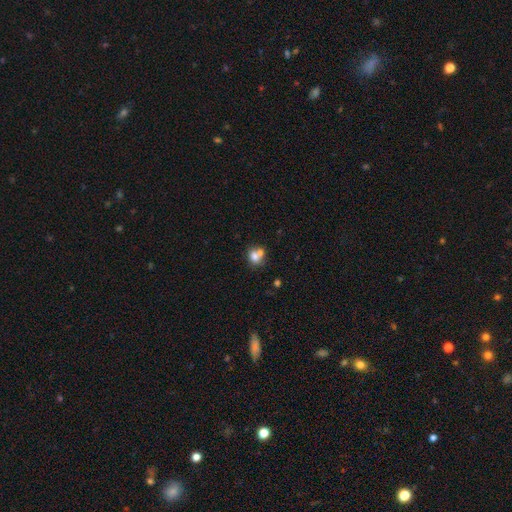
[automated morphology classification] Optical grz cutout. It shows a smooth galaxy with no disk features (73%) that is round (70%). Merging: merger (47%).